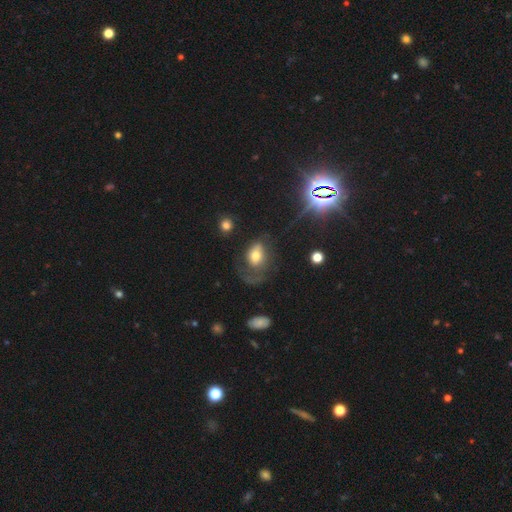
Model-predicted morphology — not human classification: smooth_or_featured: smooth (p=0.56) [alt: featured or disk p=0.33]
how_rounded: in between (p=0.67) [alt: round p=0.31]
merging: major disturbance (p=0.45) [alt: none p=0.32]